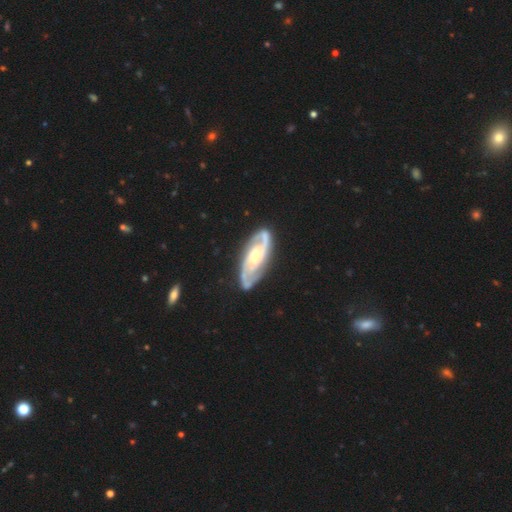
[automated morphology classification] smooth-or-featured: featured or disk: 90% | smooth: 6% | star or artifact: 4%
  disk-edge-on: no: 95% | yes: 5%
    bar: no: 53% | weak: 33% | strong: 15%
    has-spiral-arms: yes: 97% | no: 3%
      spiral-winding: medium: 46% | tight: 42% | loose: 12%
      spiral-arm-count: 2: 88% | can't tell: 4% | 3: 4% | 1: 2% | 4: 1% | more than 4: 1%
    bulge-size: moderate: 59% | small: 32% | large: 7% | none: 2% | dominant: 1%
  merging: none: 82% | minor disturbance: 13% | major disturbance: 3% | merger: 2%